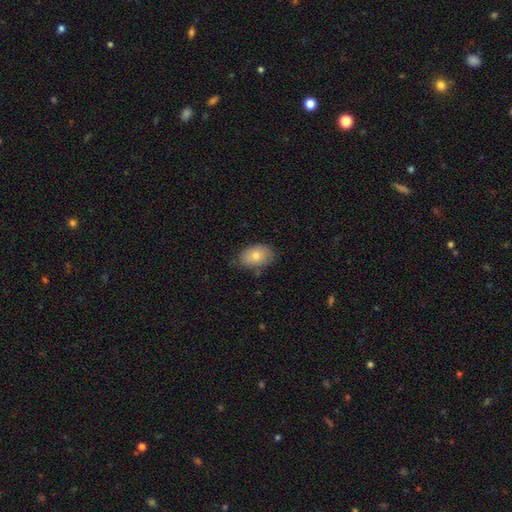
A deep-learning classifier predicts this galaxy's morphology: Smooth or featured? smooth (75%)
How rounded? in between (86%)
Merging? none (74%)